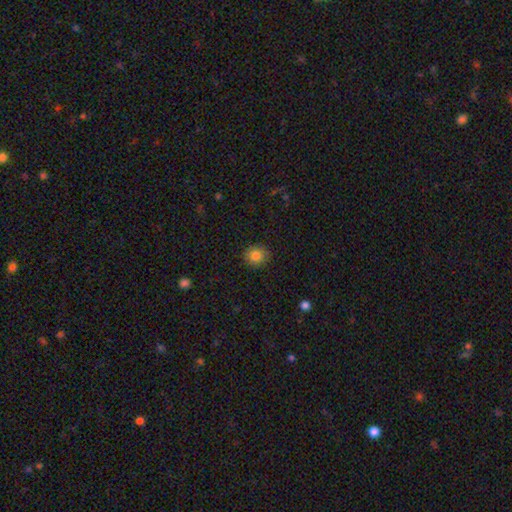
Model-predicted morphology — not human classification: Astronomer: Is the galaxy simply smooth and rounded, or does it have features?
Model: smooth — 84%.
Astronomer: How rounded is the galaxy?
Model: round — 85%.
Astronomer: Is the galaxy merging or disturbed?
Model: none — 90%.